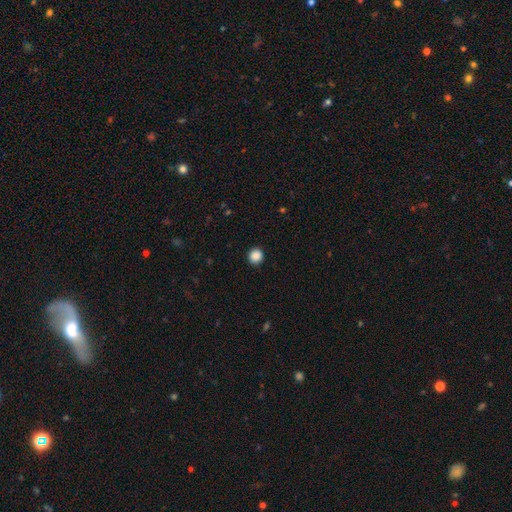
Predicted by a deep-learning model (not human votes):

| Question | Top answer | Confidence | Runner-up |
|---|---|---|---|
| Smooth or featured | smooth | 88% | star or artifact (10%) |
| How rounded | round | 92% | in between (7%) |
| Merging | none | 92% | minor disturbance (6%) |